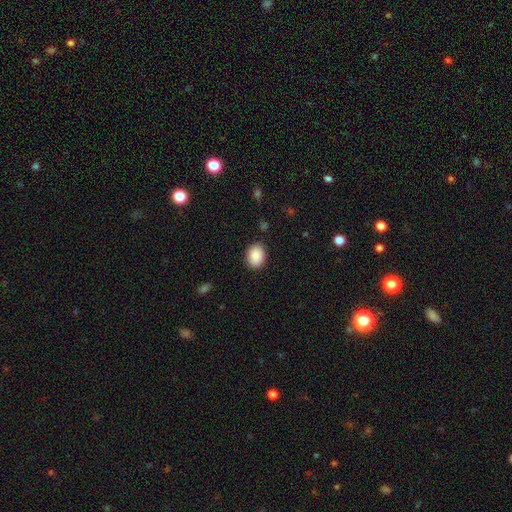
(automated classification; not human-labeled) The model was most divided on "how rounded": in between: 60%, round: 39%, cigar-shaped: 1%. More confident: smooth or featured — smooth (89%); merging — none (88%).